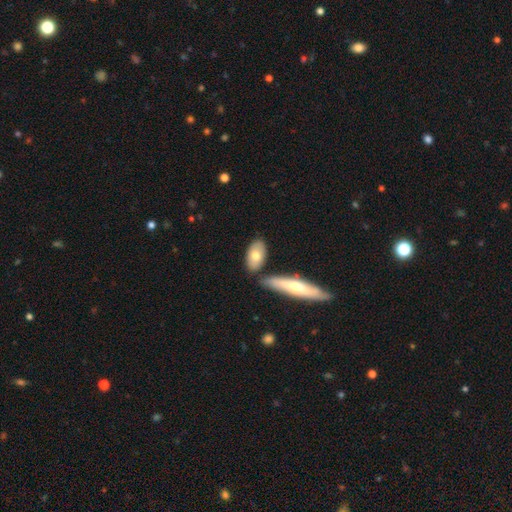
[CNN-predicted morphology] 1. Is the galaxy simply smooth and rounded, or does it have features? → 72% smooth, 23% featured or disk, 5% star or artifact.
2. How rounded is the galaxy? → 87% in between, 10% cigar-shaped, 3% round.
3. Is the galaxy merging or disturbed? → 72% none, 14% merger, 12% minor disturbance, 3% major disturbance.